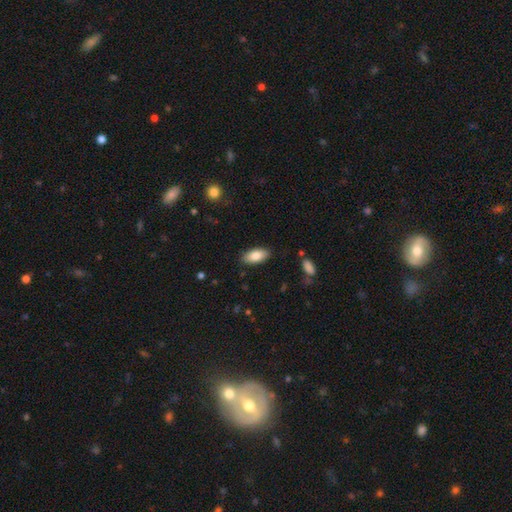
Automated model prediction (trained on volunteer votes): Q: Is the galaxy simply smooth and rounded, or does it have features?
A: smooth — 84%.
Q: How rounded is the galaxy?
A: in between — 90%.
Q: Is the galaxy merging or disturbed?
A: none — 87%.